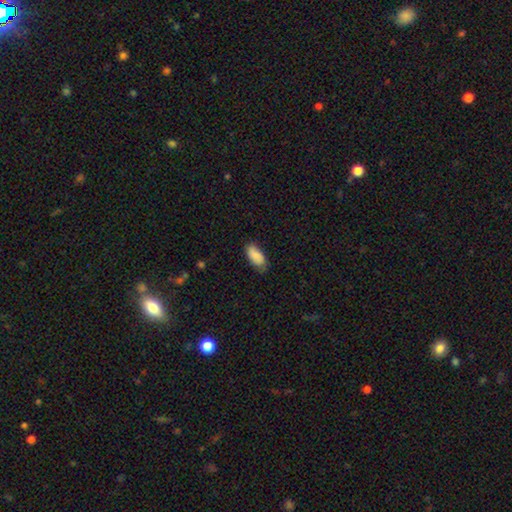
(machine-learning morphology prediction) smooth-or-featured: smooth: 88% | star or artifact: 6% | featured or disk: 6%
  how-rounded: in between: 90% | cigar-shaped: 8% | round: 2%
  merging: none: 75% | minor disturbance: 20% | major disturbance: 4% | merger: 1%